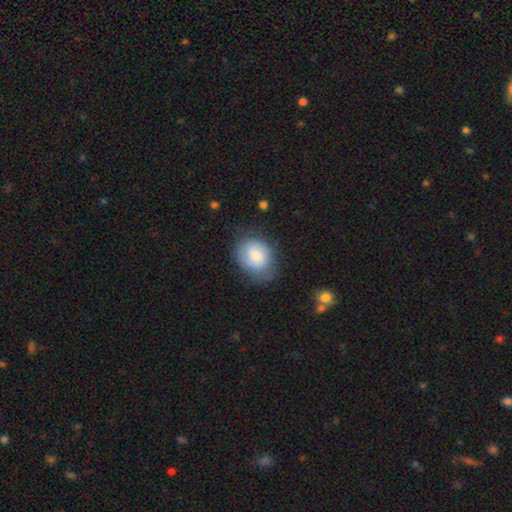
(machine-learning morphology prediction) Smooth or featured? Predicted: smooth (p=0.76). How rounded? Predicted: in between (p=0.50). Merging? Predicted: none (p=0.63).